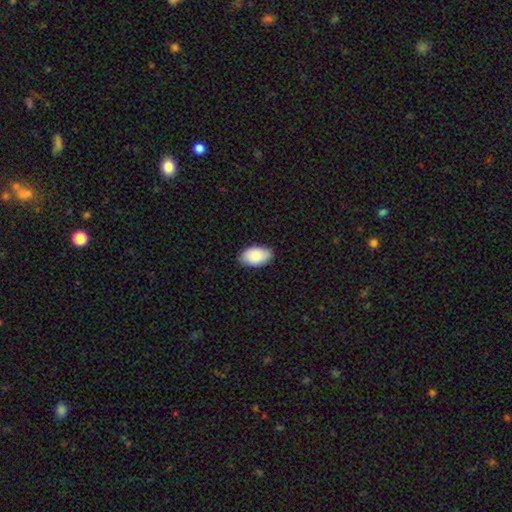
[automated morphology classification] Overall: smooth (89%). How rounded: in between (95%). Merging: none (85%).